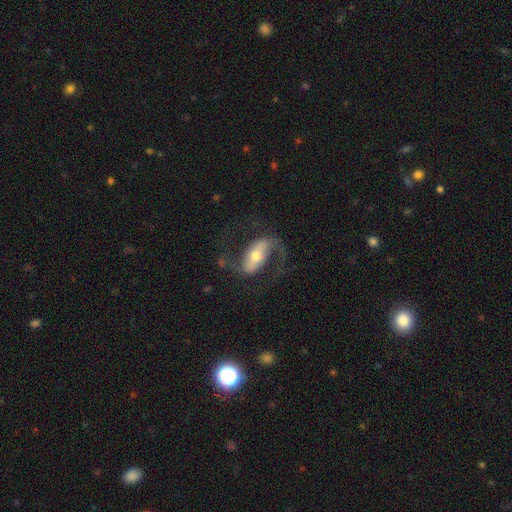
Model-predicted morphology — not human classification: smooth-or-featured: featured or disk: 81% | smooth: 14% | star or artifact: 5%
  disk-edge-on: no: 94% | yes: 6%
    bar: strong: 54% | weak: 30% | no: 17%
    has-spiral-arms: yes: 92% | no: 8%
      spiral-winding: loose: 47% | medium: 43% | tight: 10%
      spiral-arm-count: 2: 88% | 1: 6% | can't tell: 3% | 3: 1% | 4: 1% | more than 4: 1%
    bulge-size: moderate: 60% | small: 29% | large: 8% | none: 2% | dominant: 2%
  merging: none: 67% | major disturbance: 17% | minor disturbance: 14% | merger: 2%